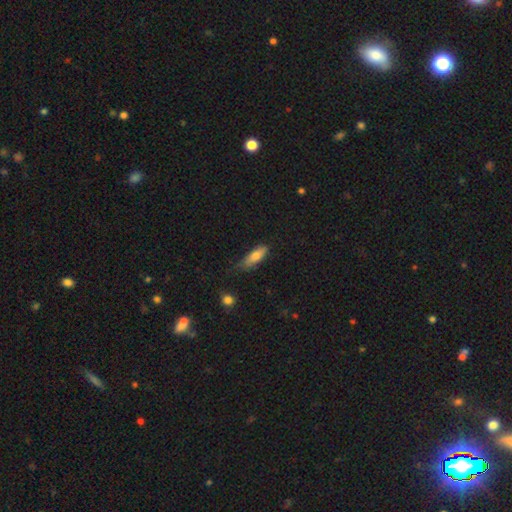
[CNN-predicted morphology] smooth_or_featured: smooth (p=0.78) [alt: featured or disk p=0.15]
how_rounded: in between (p=0.60) [alt: cigar-shaped p=0.38]
merging: none (p=0.53) [alt: minor disturbance p=0.35]